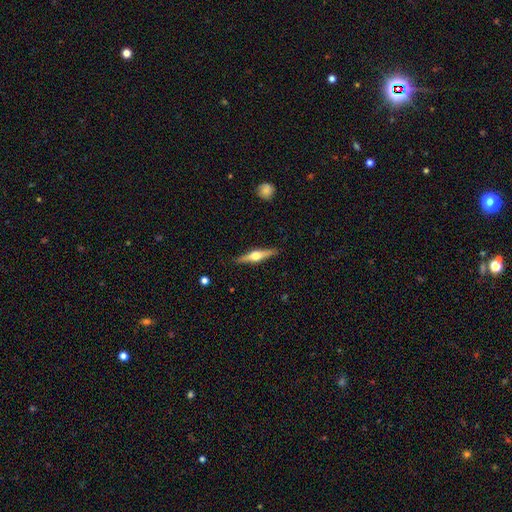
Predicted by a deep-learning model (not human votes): Overall: featured or disk (73%). Edge-on disk: yes (98%). Edge-on bulge: rounded (95%). Merging: none (89%).